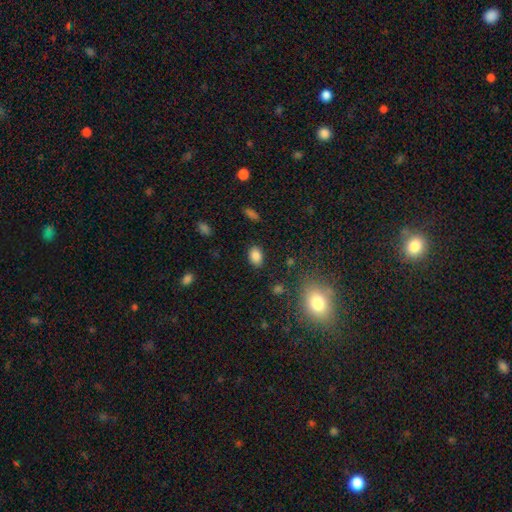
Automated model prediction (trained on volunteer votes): Smooth or featured?
  - smooth: 85% *
  - star or artifact: 10%
  - featured or disk: 5%
How rounded?
  - in between: 81% *
  - round: 18%
  - cigar-shaped: 1%
Merging?
  - none: 85% *
  - minor disturbance: 10%
  - major disturbance: 3%
  - merger: 2%